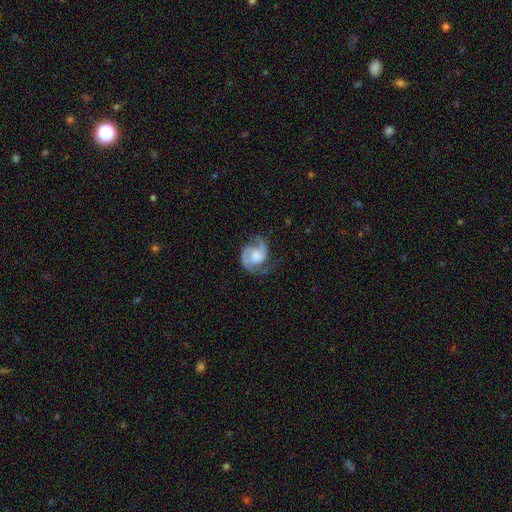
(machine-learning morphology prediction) smooth_or_featured: featured or disk (p=0.81) [alt: smooth p=0.13]
disk_edge_on: no (p=0.98) [alt: yes p=0.02]
bar: no (p=0.65) [alt: weak p=0.30]
has_spiral_arms: yes (p=0.96) [alt: no p=0.04]
spiral_winding: medium (p=0.49) [alt: tight p=0.29]
spiral_arm_count: 2 (p=0.83) [alt: 1 p=0.07]
bulge_size: moderate (p=0.37) [alt: large p=0.25]
merging: none (p=0.62) [alt: minor disturbance p=0.22]